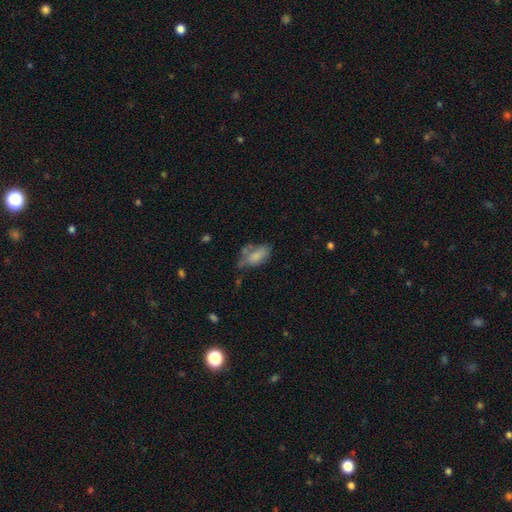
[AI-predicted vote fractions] smooth-or-featured: smooth: 72% | featured or disk: 20% | star or artifact: 9%
  how-rounded: in between: 91% | round: 5% | cigar-shaped: 4%
  merging: none: 36% | minor disturbance: 31% | major disturbance: 19% | merger: 14%